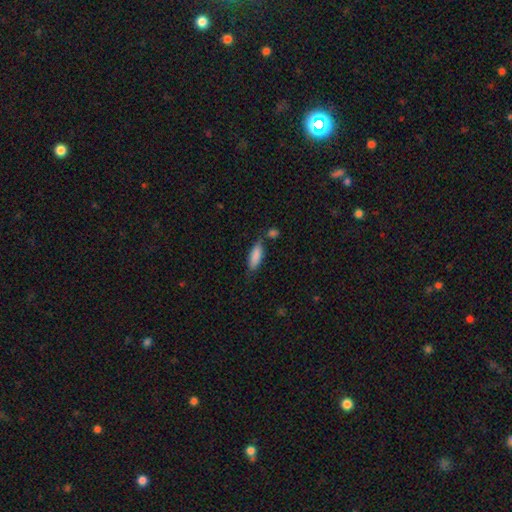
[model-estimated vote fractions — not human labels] Overall: smooth (86%). How rounded: in between (66%; cigar-shaped 32%). Merging: none (65%).